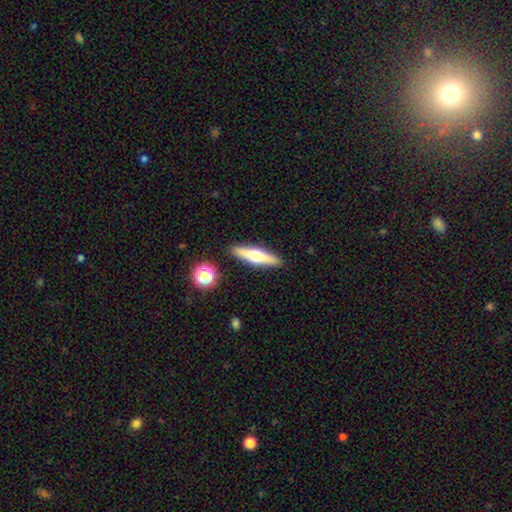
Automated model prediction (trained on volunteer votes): Smooth or featured? featured or disk (51%)
Edge-on disk? yes (93%)
Merging? none (89%)